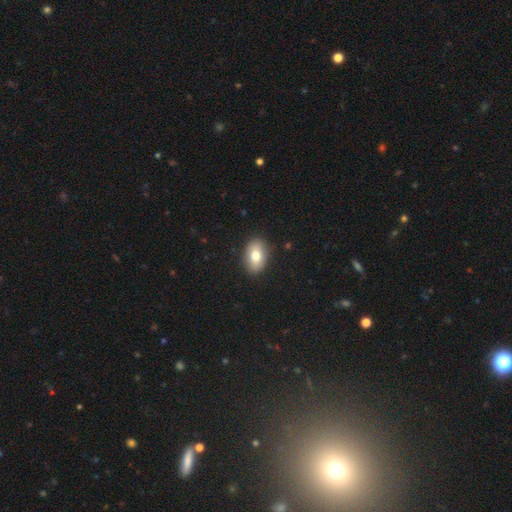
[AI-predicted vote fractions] This appears to be a smooth galaxy with no disk features (79%) that is in between round and cigar-shaped (87%). Merging: none (88%).